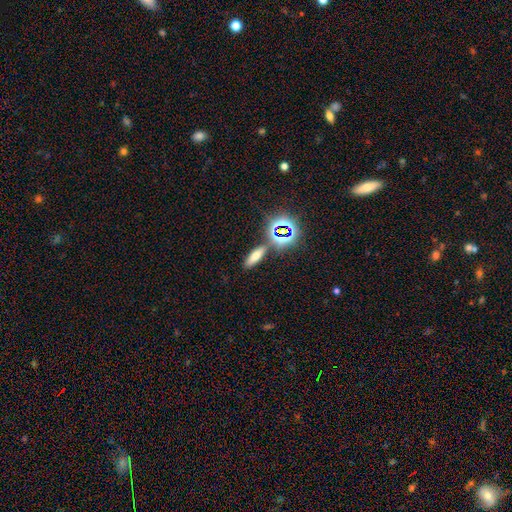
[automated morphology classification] Smooth or featured? smooth (61%)
How rounded? in between (46%)
Merging? none (78%)